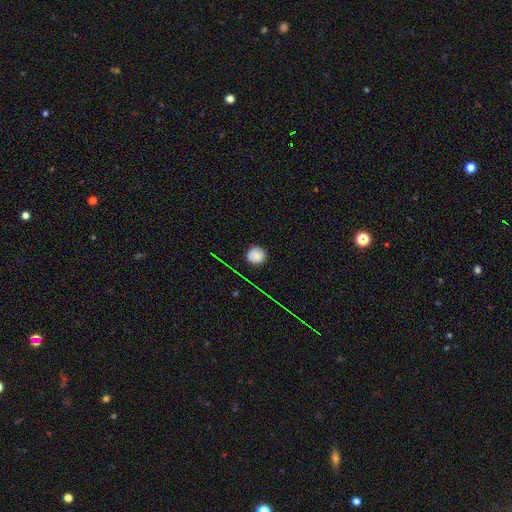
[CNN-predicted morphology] A smooth galaxy with no disk features (80%) that is round (91%).

Vote fractions:
- Smooth or featured? smooth: 80% / star or artifact: 13% / featured or disk: 8%
- How rounded? round: 91% / in between: 8% / cigar-shaped: 1%
- Merging? none: 87% / minor disturbance: 10% / major disturbance: 2% / merger: 1%